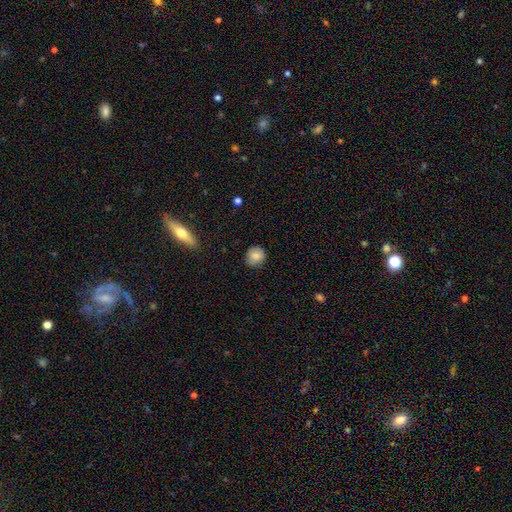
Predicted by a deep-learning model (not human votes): Smooth or featured? Predicted: smooth (p=0.81). How rounded? Predicted: round (p=0.89). Merging? Predicted: none (p=0.85).